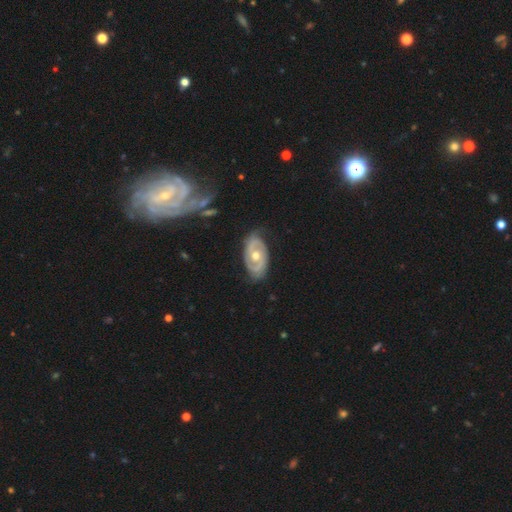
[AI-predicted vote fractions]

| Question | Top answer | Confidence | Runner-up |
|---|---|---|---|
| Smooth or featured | featured or disk | 80% | smooth (16%) |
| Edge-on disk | no | 94% | yes (6%) |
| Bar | no | 71% | weak (21%) |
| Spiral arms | yes | 76% | no (24%) |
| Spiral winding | tight | 54% | medium (33%) |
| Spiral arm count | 2 | 75% | can't tell (15%) |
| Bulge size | moderate | 77% | small (17%) |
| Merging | none | 76% | minor disturbance (17%) |